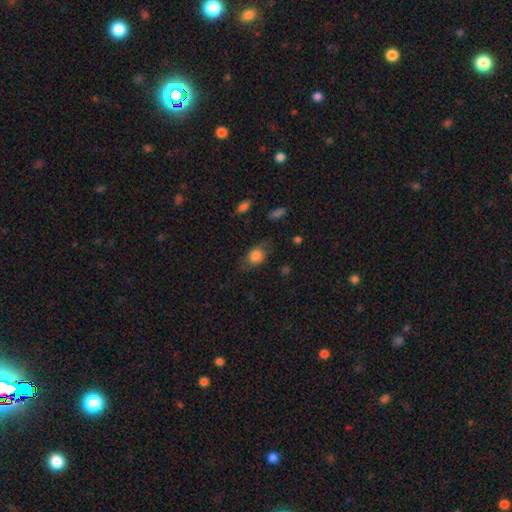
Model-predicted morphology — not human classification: Smooth or featured: smooth — 78% (featured or disk — 13%)
How rounded: in between — 61% (round — 36%)
Merging: none — 66% (minor disturbance — 23%)